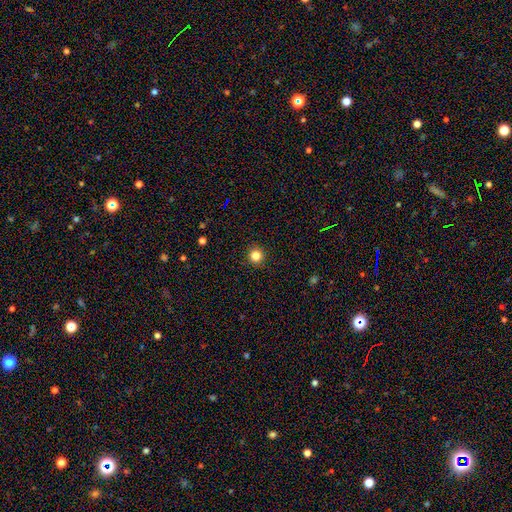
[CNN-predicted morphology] type=smooth (83%); roundness=round (95%); merging=none (93%).